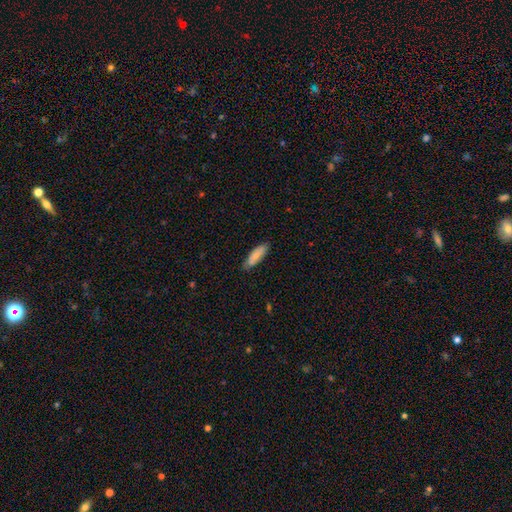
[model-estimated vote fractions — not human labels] Overall: smooth (84%). How rounded: cigar-shaped (52%; in between 46%). Merging: none (82%).